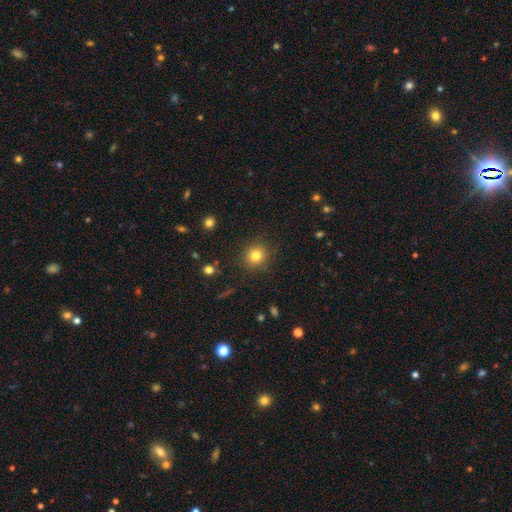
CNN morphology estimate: A smooth galaxy with no disk features (81%) that is round (92%). Merging: none (90%).